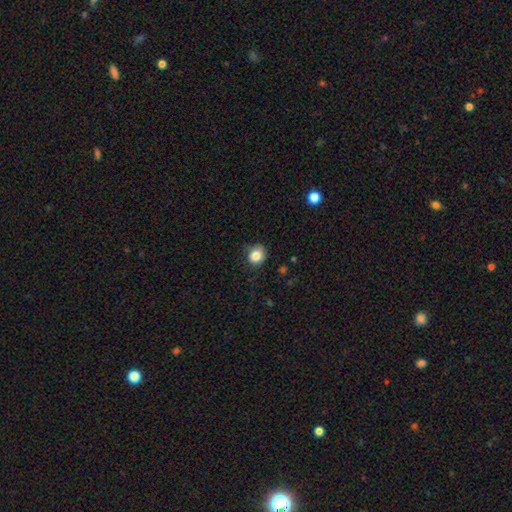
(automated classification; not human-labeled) Overall: smooth (83%). How rounded: round (82%). Merging: none (77%).